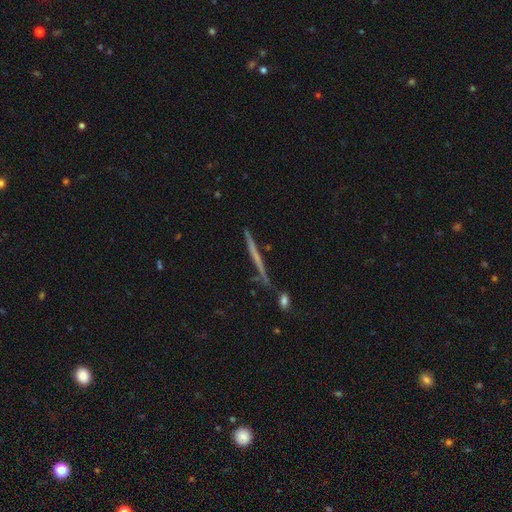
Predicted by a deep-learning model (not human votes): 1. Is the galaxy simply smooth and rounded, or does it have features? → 59% featured or disk, 34% smooth, 8% star or artifact.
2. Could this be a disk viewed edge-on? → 96% yes, 4% no.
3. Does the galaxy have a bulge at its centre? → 82% none, 12% rounded, 5% boxy.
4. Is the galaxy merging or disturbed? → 82% none, 10% minor disturbance, 5% merger, 3% major disturbance.